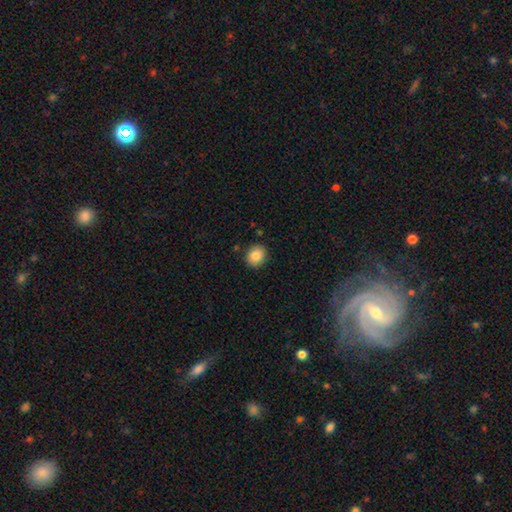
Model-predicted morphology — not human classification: smooth 84%, star or artifact 9%, featured or disk 7%. Down the decision tree: how rounded — round (70%); merging — none (88%).